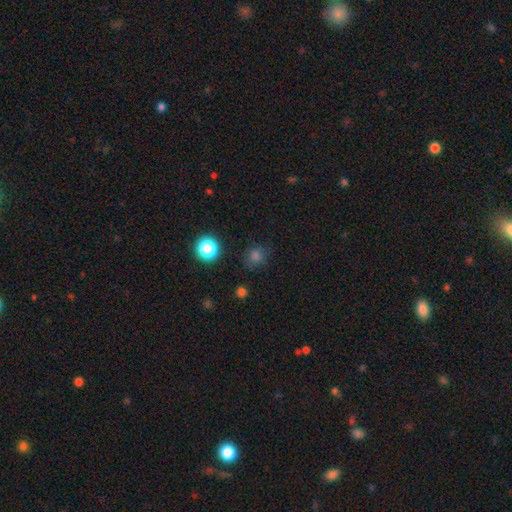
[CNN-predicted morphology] Smooth or featured? Predicted: smooth (p=0.74). How rounded? Predicted: round (p=0.84). Merging? Predicted: none (p=0.82).